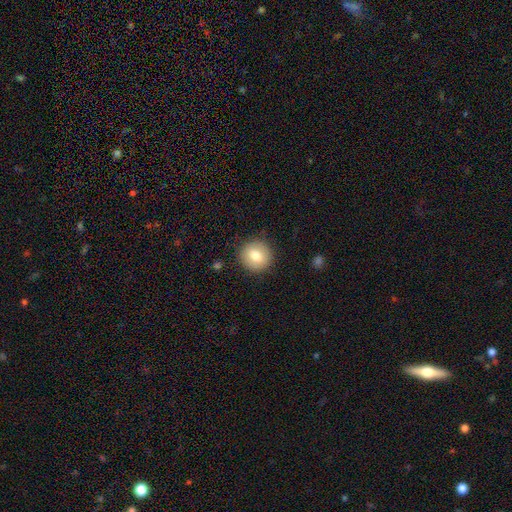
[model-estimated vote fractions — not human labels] This appears to be a smooth galaxy with no disk features (78%) that is round (89%). Merging: none (89%).